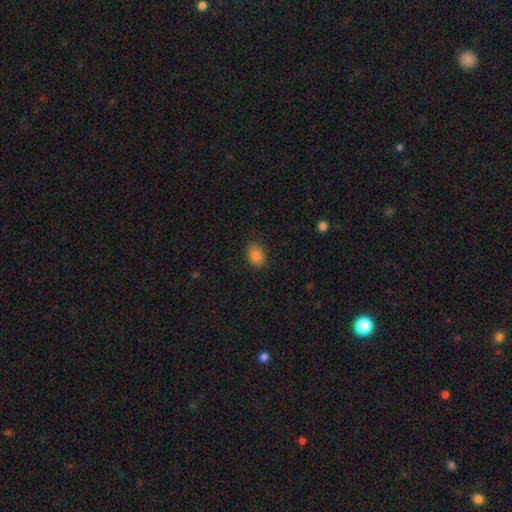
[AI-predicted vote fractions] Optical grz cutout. It shows a smooth galaxy with no disk features (86%) that is in between round and cigar-shaped (82%). Merging: none (84%).